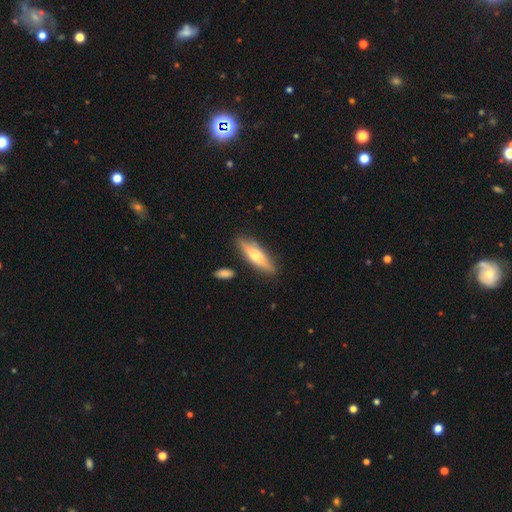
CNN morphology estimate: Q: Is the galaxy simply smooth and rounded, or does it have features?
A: smooth — 54%.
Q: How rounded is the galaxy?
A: cigar-shaped — 62%.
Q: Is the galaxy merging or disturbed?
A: none — 82%.